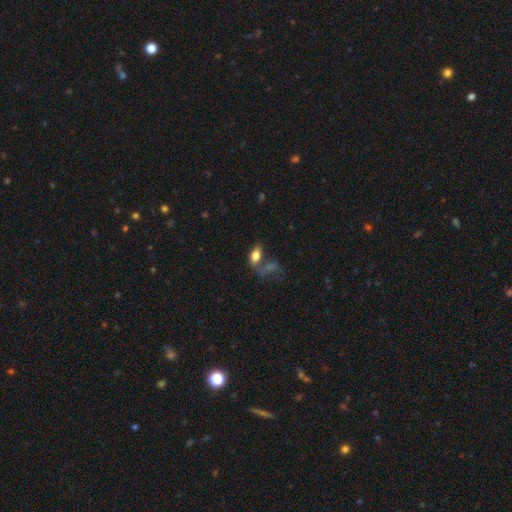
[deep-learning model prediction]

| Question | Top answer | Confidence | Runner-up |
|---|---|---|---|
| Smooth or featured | smooth | 75% | featured or disk (15%) |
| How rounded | in between | 87% | round (7%) |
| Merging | none | 45% | merger (29%) |